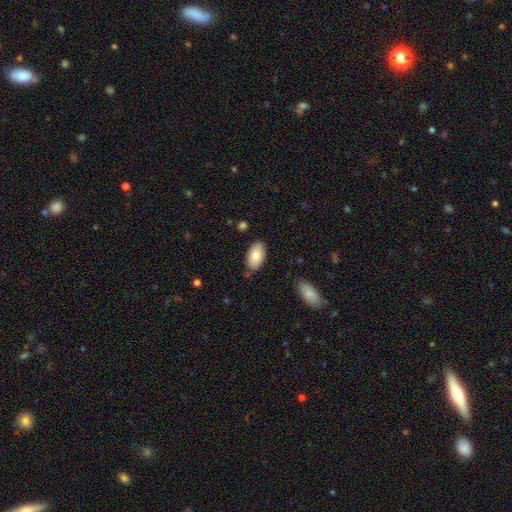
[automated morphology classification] This is clearly a smooth galaxy (81%). How rounded: clearly in between (95%). Merging: clearly none (83%).